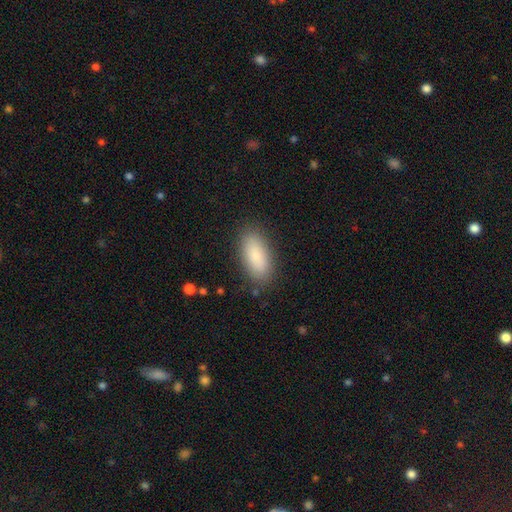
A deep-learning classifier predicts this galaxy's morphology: smooth 85%, featured or disk 8%, star or artifact 7%. Down the decision tree: how rounded — in between (84%); merging — none (87%).